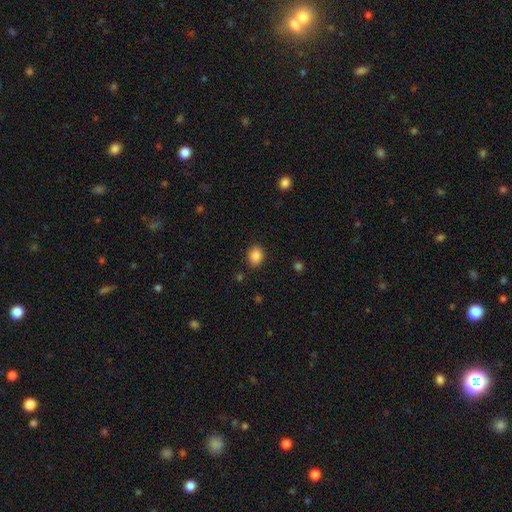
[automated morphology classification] This appears to be a smooth galaxy with no disk features (87%) that is in between round and cigar-shaped (60%). Merging: none (87%).